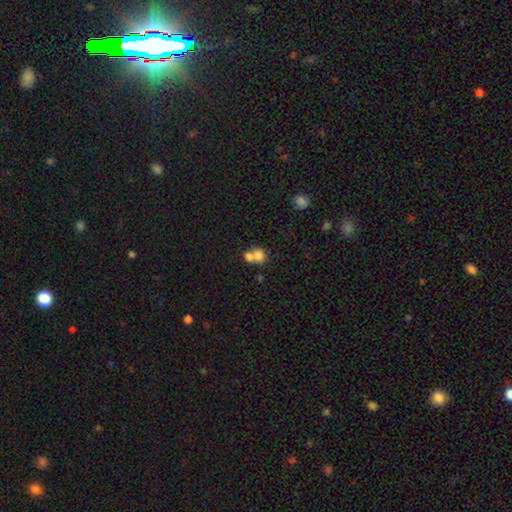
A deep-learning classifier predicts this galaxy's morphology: Q: Smooth or featured?
A: smooth (74%); runner-up: featured or disk (15%)
Q: How rounded?
A: round (65%); runner-up: in between (34%)
Q: Merging?
A: merger (66%); runner-up: none (25%)